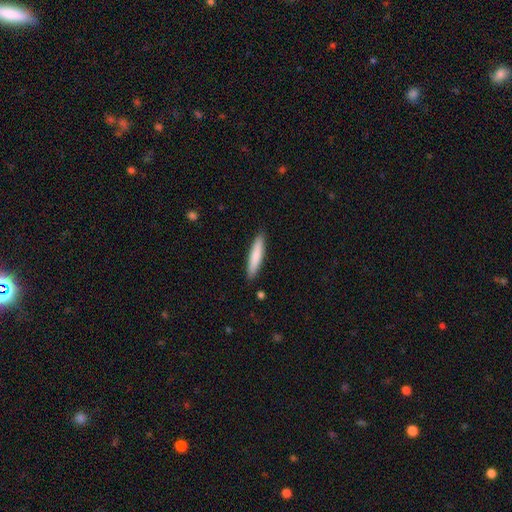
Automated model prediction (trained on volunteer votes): This is clearly a smooth galaxy (80%). How rounded: clearly cigar-shaped (87%). Merging: clearly none (89%).